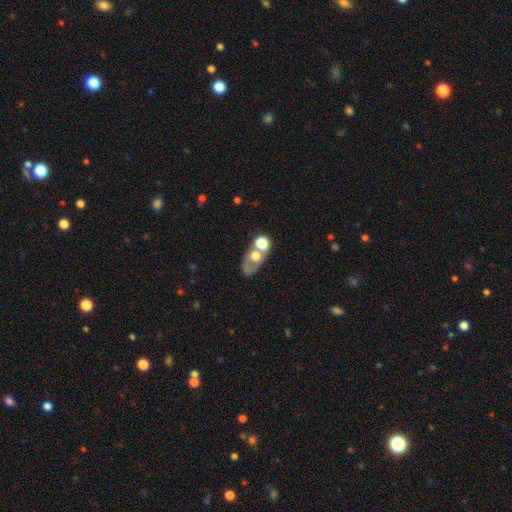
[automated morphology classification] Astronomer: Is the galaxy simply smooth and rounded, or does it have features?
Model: smooth — 49% (runner-up: featured or disk, 39%).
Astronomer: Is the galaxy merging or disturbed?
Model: merger — 41% (runner-up: none, 36%).